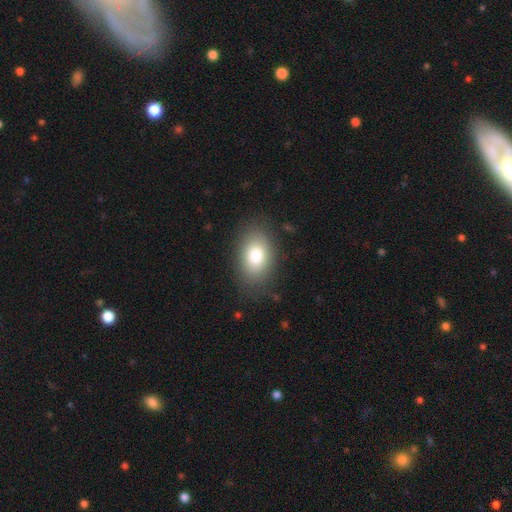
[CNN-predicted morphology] A smooth galaxy with no disk features (81%) that is in between round and cigar-shaped (87%).

Vote fractions:
- Smooth or featured? smooth: 81% / featured or disk: 11% / star or artifact: 8%
- How rounded? in between: 87% / round: 12% / cigar-shaped: 1%
- Merging? none: 83% / minor disturbance: 12% / major disturbance: 4% / merger: 1%